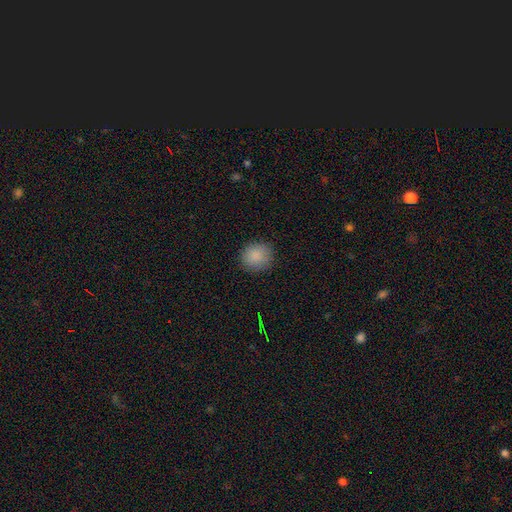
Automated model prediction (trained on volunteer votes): Q: Smooth or featured?
A: smooth (88%); runner-up: star or artifact (9%)
Q: How rounded?
A: round (82%); runner-up: in between (17%)
Q: Merging?
A: none (87%); runner-up: minor disturbance (9%)